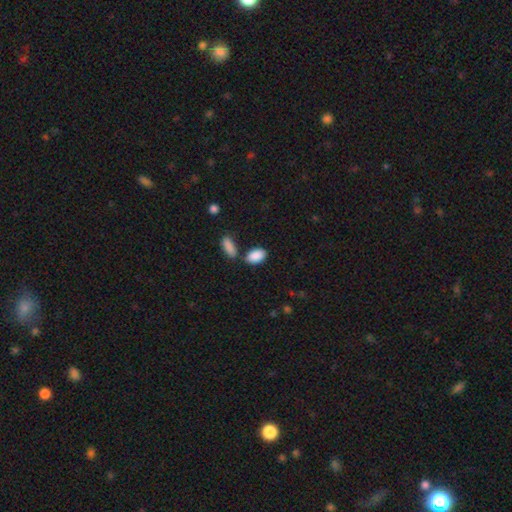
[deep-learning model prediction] Smooth or featured?
  - smooth: 89% *
  - star or artifact: 7%
  - featured or disk: 4%
How rounded?
  - in between: 92% *
  - round: 5%
  - cigar-shaped: 3%
Merging?
  - none: 66% *
  - merger: 18%
  - minor disturbance: 12%
  - major disturbance: 4%